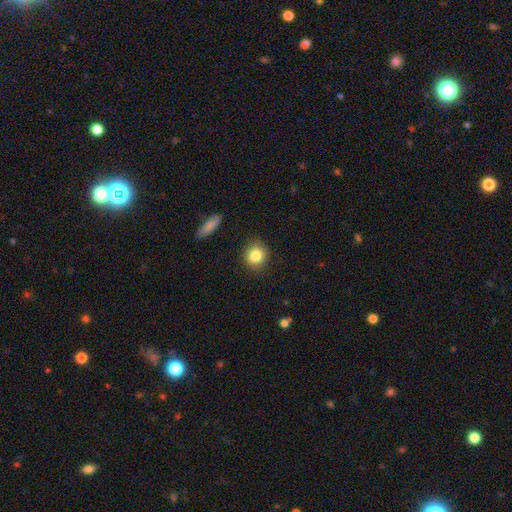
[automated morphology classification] Smooth or featured?
  - smooth: 84% *
  - star or artifact: 9%
  - featured or disk: 7%
How rounded?
  - round: 84% *
  - in between: 15%
  - cigar-shaped: 1%
Merging?
  - none: 88% *
  - minor disturbance: 8%
  - major disturbance: 2%
  - merger: 1%